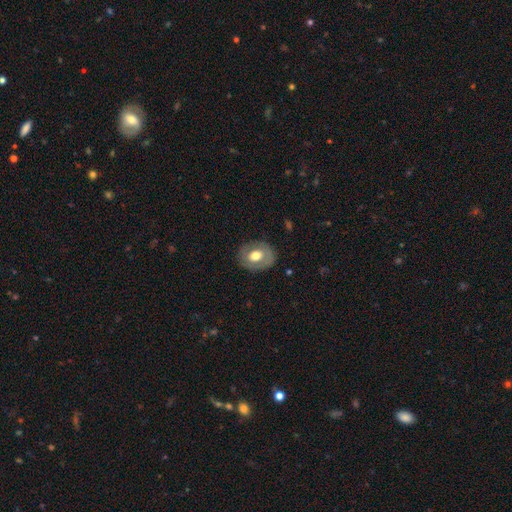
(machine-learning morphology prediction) type=smooth (54%); roundness=round (50%); merging=none (81%).